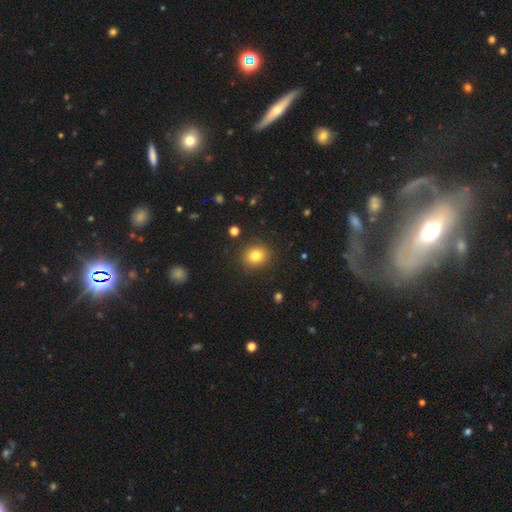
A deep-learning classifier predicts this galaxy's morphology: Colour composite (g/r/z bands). It shows a smooth galaxy with no disk features (80%) that is round (72%). Merging: none (89%).